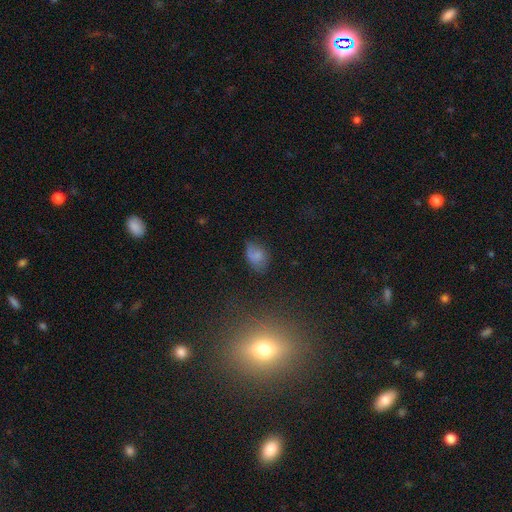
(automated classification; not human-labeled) Morphology: type=smooth (73%); roundness=in between (81%); merging=none (55%).